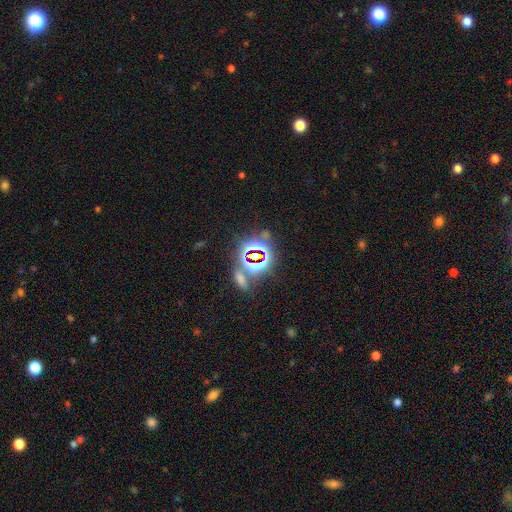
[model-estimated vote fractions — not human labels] Q: Smooth or featured?
A: star or artifact (73%); runner-up: smooth (18%)